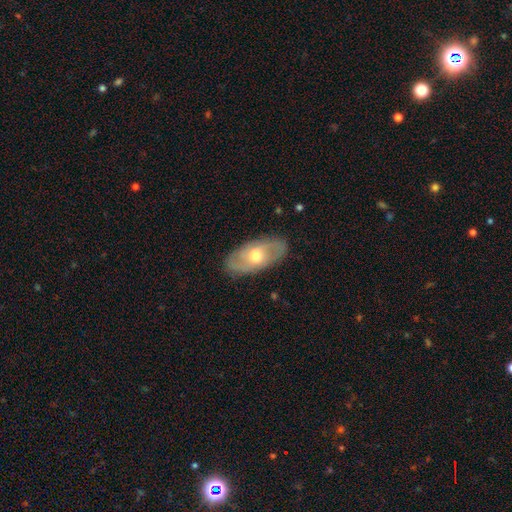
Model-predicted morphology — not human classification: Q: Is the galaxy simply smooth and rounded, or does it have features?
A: featured or disk — 59%.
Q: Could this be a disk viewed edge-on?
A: no — 85%.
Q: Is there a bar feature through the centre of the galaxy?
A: no — 64%.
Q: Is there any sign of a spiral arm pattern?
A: yes — 59%.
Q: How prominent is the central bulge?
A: moderate — 73%.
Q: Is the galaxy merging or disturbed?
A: none — 85%.